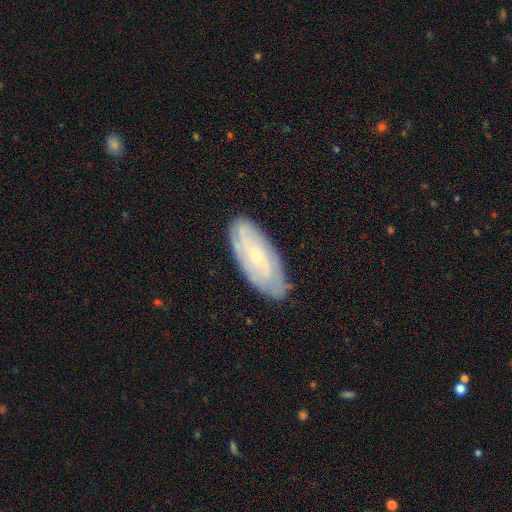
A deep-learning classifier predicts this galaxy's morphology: A featured or disk galaxy (63%) with no bar (67%), spiral arms (80%) and a small central bulge (83%). Merging: none (82%).